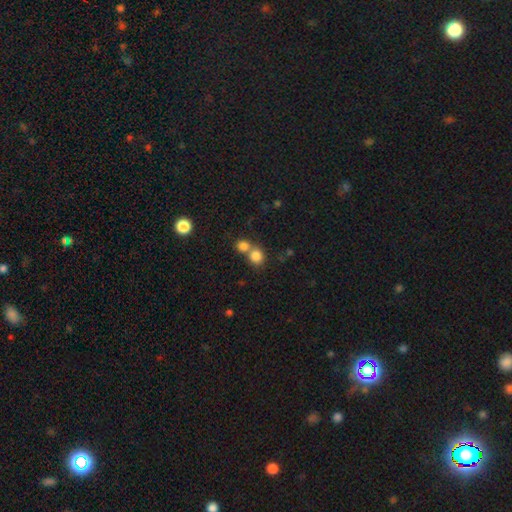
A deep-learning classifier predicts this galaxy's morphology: A smooth galaxy with no disk features (82%) that is round (80%). Merging: merger (48%).